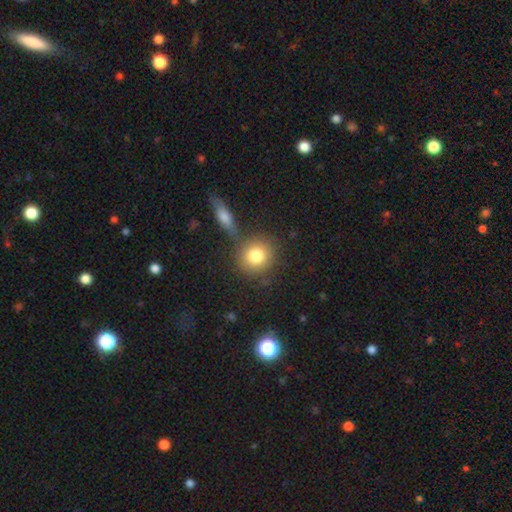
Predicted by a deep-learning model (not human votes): Morphology: type=smooth (80%); roundness=round (86%); merging=none (70%).